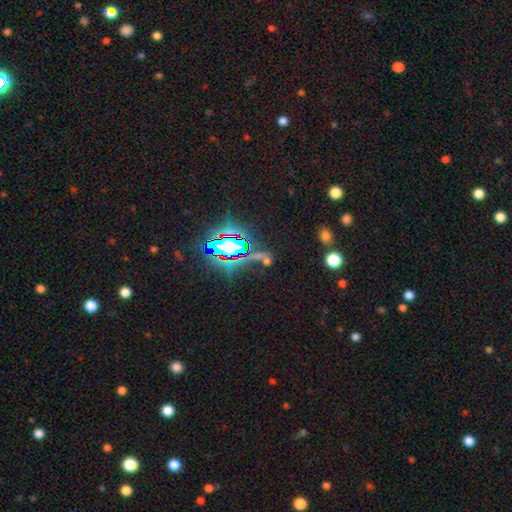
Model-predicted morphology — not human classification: Smooth or featured?
  - star or artifact: 76% *
  - smooth: 15%
  - featured or disk: 10%